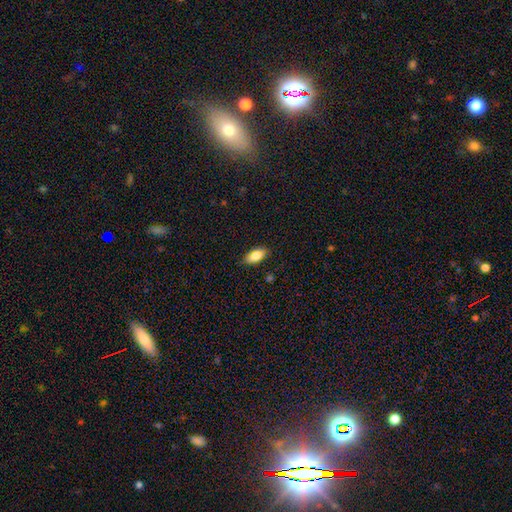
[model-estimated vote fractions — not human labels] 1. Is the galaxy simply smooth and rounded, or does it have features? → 82% smooth, 11% featured or disk, 7% star or artifact.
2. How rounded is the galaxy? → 88% in between, 9% cigar-shaped, 3% round.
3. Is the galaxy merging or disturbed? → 86% none, 11% minor disturbance, 2% major disturbance, 1% merger.